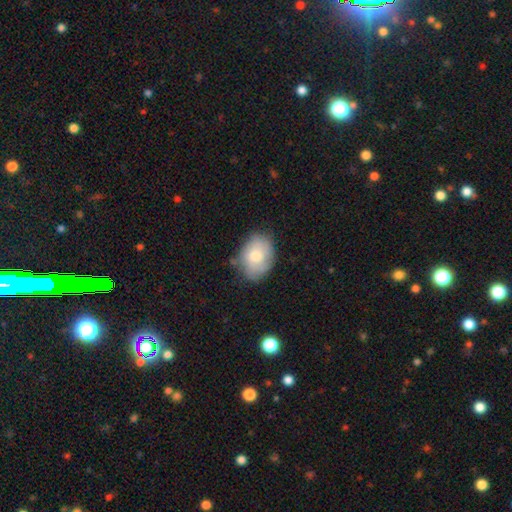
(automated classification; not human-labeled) A smooth galaxy with no disk features (69%) that is in between round and cigar-shaped (75%).

Vote fractions:
- Smooth or featured? smooth: 69% / featured or disk: 23% / star or artifact: 7%
- How rounded? in between: 75% / round: 24% / cigar-shaped: 1%
- Merging? none: 69% / minor disturbance: 24% / major disturbance: 5% / merger: 2%